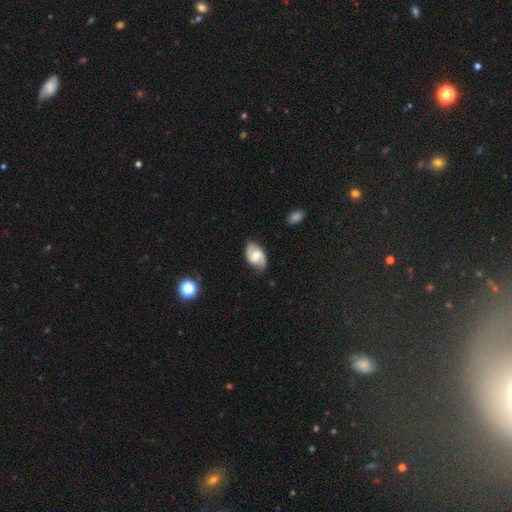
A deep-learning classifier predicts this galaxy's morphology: Smooth or featured? Predicted: featured or disk (p=0.62). Edge-on disk? Predicted: no (p=0.96). Bar? Predicted: weak (p=0.48). Spiral arms? Predicted: yes (p=0.89). Spiral winding? Predicted: medium (p=0.45). Spiral arm count? Predicted: 2 (p=0.87). Bulge size? Predicted: moderate (p=0.59). Merging? Predicted: none (p=0.76).